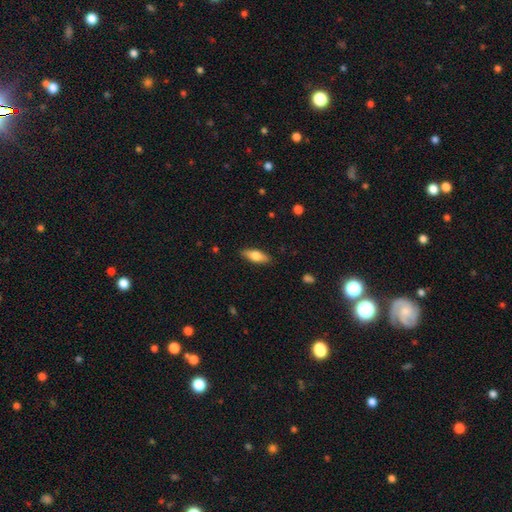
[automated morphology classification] This is likely a smooth galaxy (68%). How rounded: likely in between (64%). Merging: clearly none (88%).